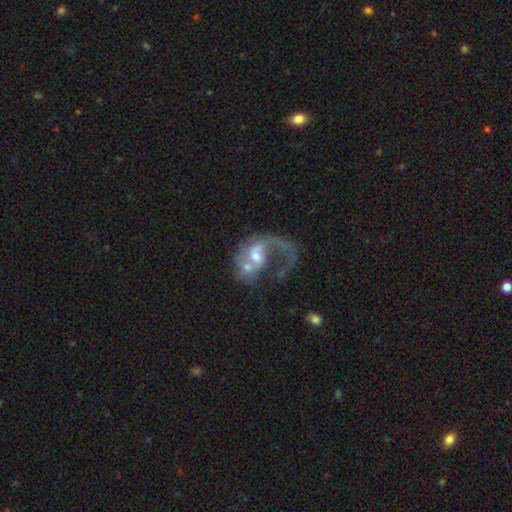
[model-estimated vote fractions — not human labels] Smooth or featured? Predicted: featured or disk (p=0.74). Edge-on disk? Predicted: no (p=0.97). Bar? Predicted: no (p=0.53). Spiral arms? Predicted: yes (p=0.80). Spiral winding? Predicted: loose (p=0.62). Spiral arm count? Predicted: 1 (p=0.70). Bulge size? Predicted: moderate (p=0.51). Merging? Predicted: major disturbance (p=0.35).